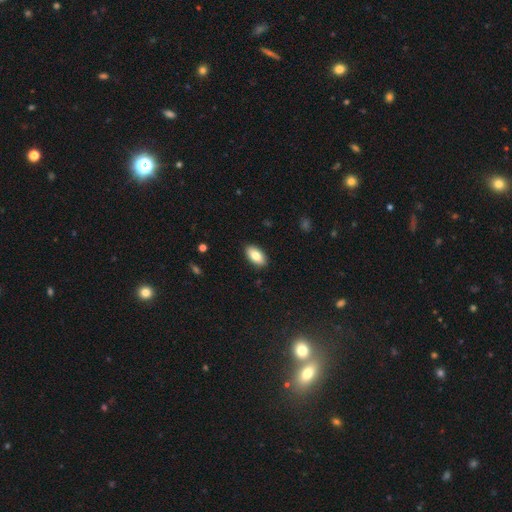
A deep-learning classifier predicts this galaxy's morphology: This is clearly a smooth galaxy (81%). How rounded: clearly in between (93%). Merging: clearly none (89%).